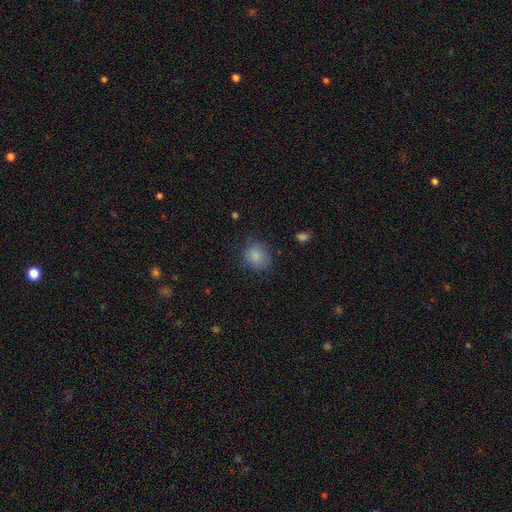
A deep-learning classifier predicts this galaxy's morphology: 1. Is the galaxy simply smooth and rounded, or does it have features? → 84% smooth, 9% star or artifact, 7% featured or disk.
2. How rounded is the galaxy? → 75% round, 24% in between, 1% cigar-shaped.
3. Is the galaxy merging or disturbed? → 72% none, 20% minor disturbance, 6% major disturbance, 1% merger.